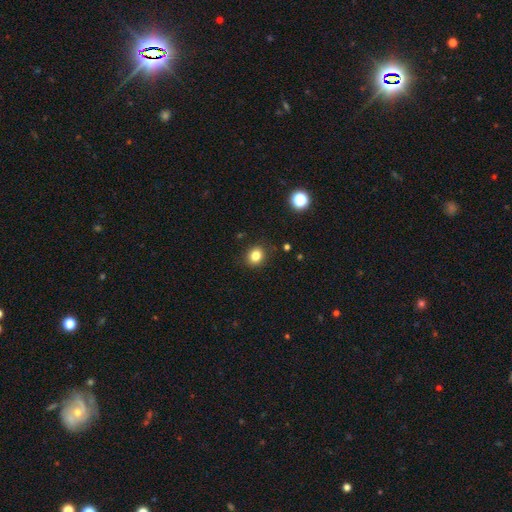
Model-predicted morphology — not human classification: smooth-or-featured: smooth: 82% | star or artifact: 12% | featured or disk: 6%
  how-rounded: round: 67% | in between: 32% | cigar-shaped: 1%
  merging: none: 88% | minor disturbance: 9% | major disturbance: 3% | merger: 1%